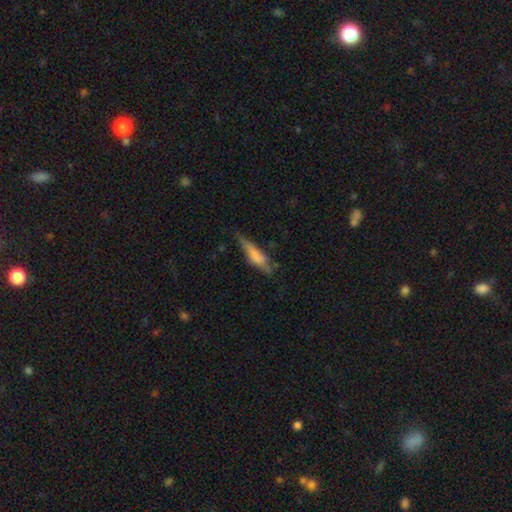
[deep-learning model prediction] A smooth galaxy with no disk features (61%) that is cigar-shaped (67%). Merging: none (51%).